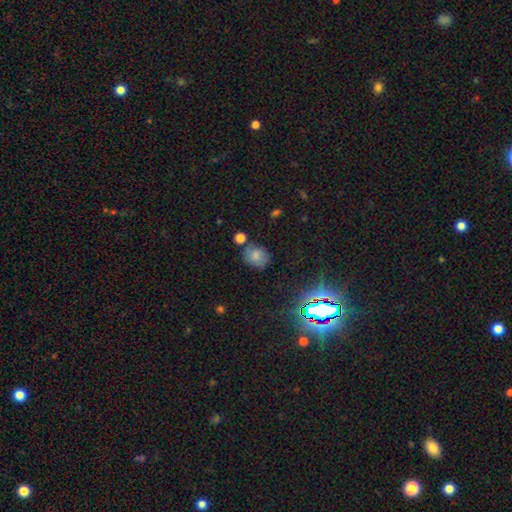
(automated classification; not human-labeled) Q: Smooth or featured?
A: smooth (72%); runner-up: star or artifact (16%)
Q: How rounded?
A: round (58%); runner-up: in between (41%)
Q: Merging?
A: none (69%); runner-up: minor disturbance (17%)